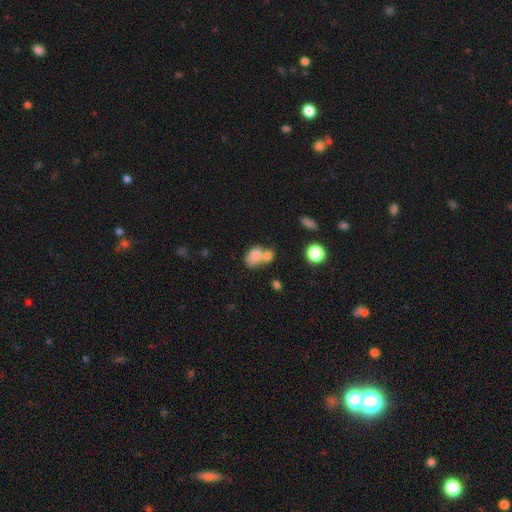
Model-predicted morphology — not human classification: This is likely a smooth galaxy (77%). How rounded: likely in between (71%). Merging: possibly merger (60%).